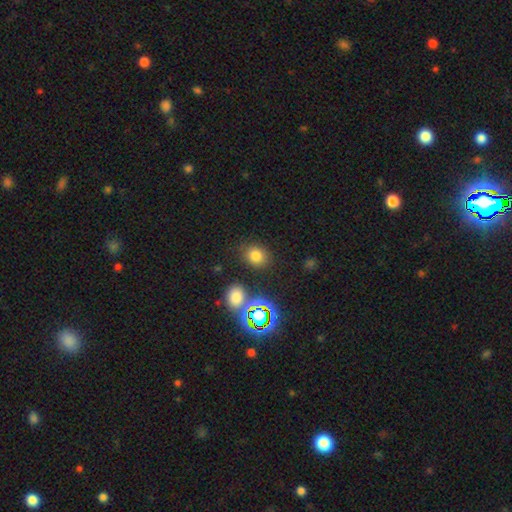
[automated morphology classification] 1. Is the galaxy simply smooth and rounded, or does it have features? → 73% smooth, 20% star or artifact, 7% featured or disk.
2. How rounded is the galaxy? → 61% round, 38% in between, 1% cigar-shaped.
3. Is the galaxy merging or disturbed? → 81% none, 11% minor disturbance, 4% merger, 4% major disturbance.